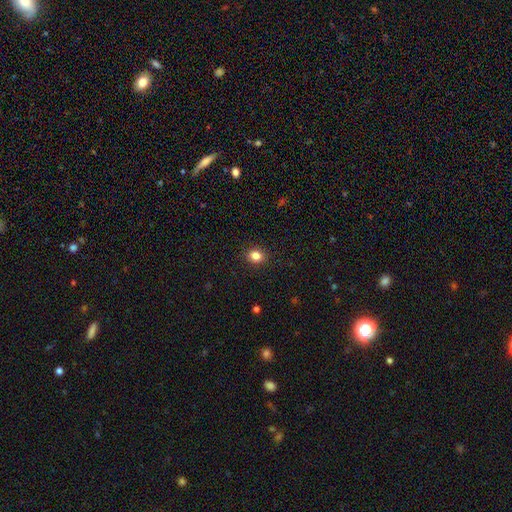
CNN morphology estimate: smooth_or_featured: smooth (p=0.83) [alt: star or artifact p=0.11]
how_rounded: round (p=0.66) [alt: in between p=0.33]
merging: none (p=0.91) [alt: minor disturbance p=0.06]